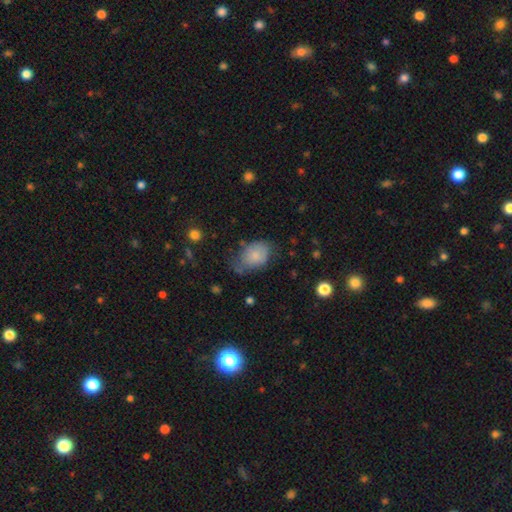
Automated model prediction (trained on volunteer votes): The model was most divided on "merging": none: 47%, minor disturbance: 36%, major disturbance: 13%, merger: 4%. More confident: how rounded — in between (78%); smooth or featured — smooth (78%).